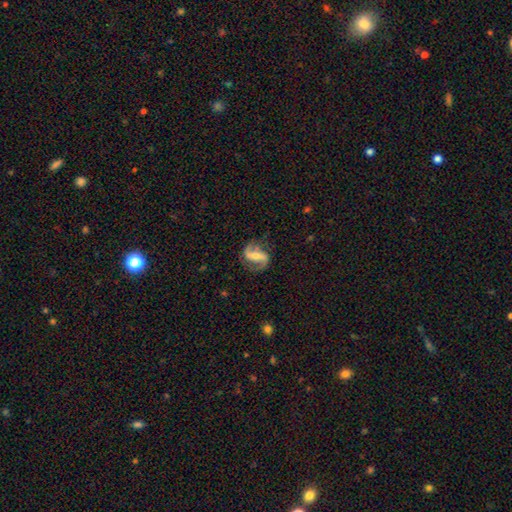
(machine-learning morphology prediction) Overall: featured or disk (85%). Edge-on disk: no (97%). Bar: strong (49%; weak 32%). Spiral arms: yes (95%). Spiral arm count: 2 (92%). Spiral winding: loose (54%; medium 35%). Bulge size: small (49%; moderate 36%). Merging: none (75%).